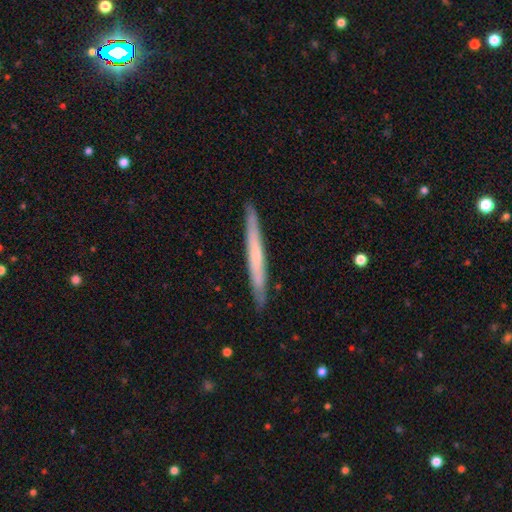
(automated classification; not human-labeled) A featured or disk galaxy (50%). Merging: none (91%).